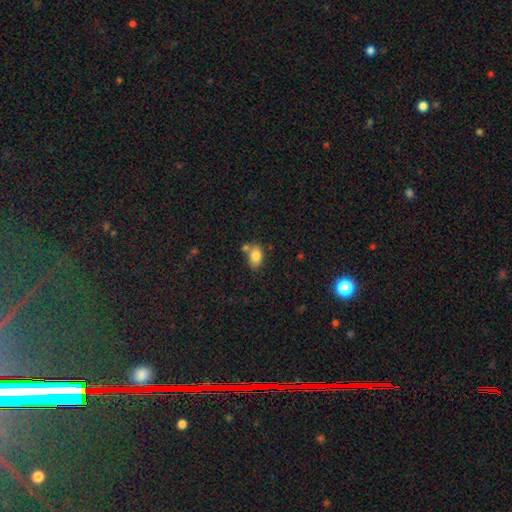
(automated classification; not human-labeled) Smooth or featured? Predicted: smooth (p=0.82). How rounded? Predicted: in between (p=0.86). Merging? Predicted: none (p=0.63).